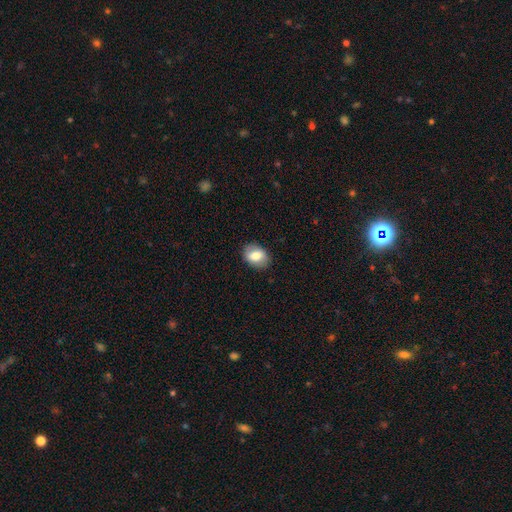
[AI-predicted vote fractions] Smooth or featured? smooth (75%)
How rounded? in between (76%)
Merging? none (84%)